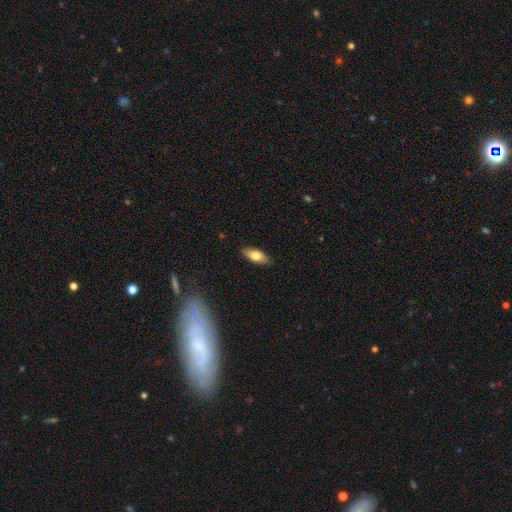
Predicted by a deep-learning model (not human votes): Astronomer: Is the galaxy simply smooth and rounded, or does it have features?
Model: smooth — 74%.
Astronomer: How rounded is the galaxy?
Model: in between — 79%.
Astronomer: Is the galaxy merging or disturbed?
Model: none — 87%.